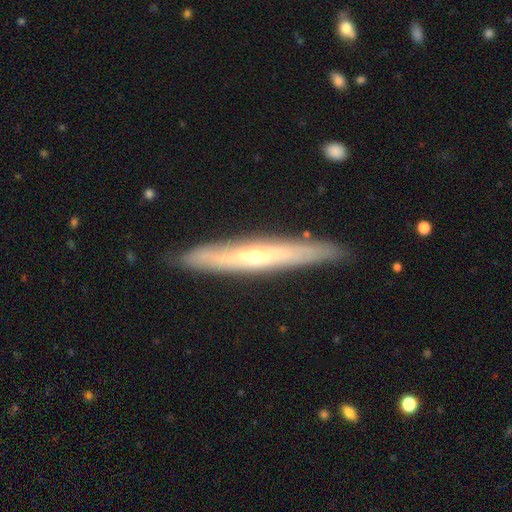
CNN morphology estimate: Smooth or featured?
  - featured or disk: 68% *
  - smooth: 26%
  - star or artifact: 6%
Edge-on disk?
  - yes: 86% *
  - no: 14%
Edge-on bulge?
  - rounded: 73% *
  - none: 25%
  - boxy: 2%
Merging?
  - none: 89% *
  - minor disturbance: 8%
  - major disturbance: 2%
  - merger: 1%